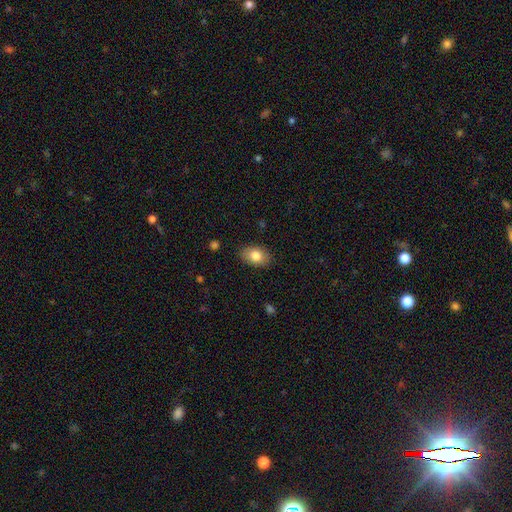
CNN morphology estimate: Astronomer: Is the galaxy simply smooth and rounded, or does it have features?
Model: smooth — 82%.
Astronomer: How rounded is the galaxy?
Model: in between — 84%.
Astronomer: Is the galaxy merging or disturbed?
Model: none — 85%.